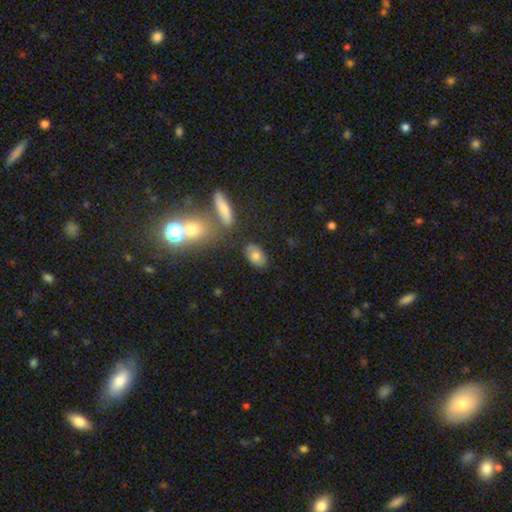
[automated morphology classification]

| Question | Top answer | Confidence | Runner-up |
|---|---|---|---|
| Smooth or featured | smooth | 75% | featured or disk (16%) |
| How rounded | in between | 88% | round (10%) |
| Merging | none | 77% | minor disturbance (13%) |